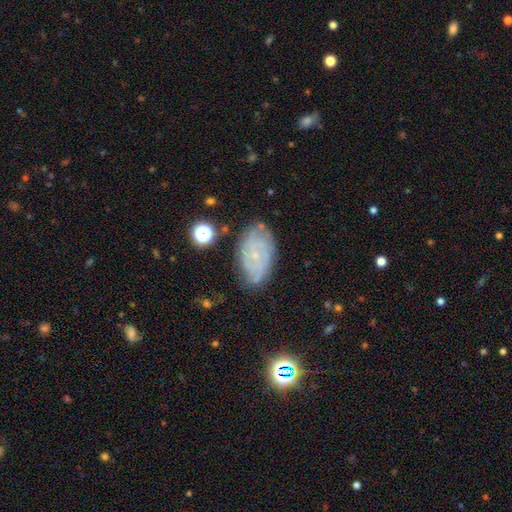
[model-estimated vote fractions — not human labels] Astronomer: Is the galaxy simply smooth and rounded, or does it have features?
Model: featured or disk — 70%.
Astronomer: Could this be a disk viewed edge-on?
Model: no — 96%.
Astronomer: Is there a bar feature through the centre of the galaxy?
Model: no — 71%.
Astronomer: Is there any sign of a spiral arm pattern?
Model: yes — 90%.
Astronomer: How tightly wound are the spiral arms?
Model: tight — 67%.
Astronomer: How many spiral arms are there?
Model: can't tell — 44% (runner-up: 2, 22%).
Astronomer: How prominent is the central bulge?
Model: small — 81%.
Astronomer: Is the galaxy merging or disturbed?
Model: none — 72%.